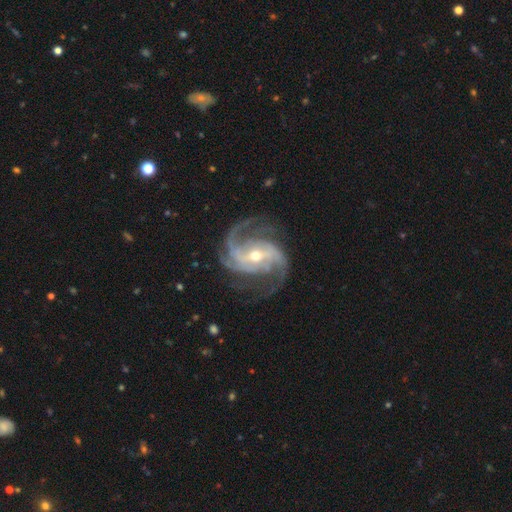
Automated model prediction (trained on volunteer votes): The model was most divided on "spiral arm count": 3: 35%, 2: 34%, 4: 12%, can't tell: 8%, more than 4: 6%, 1: 6%. Remaining: spiral arms — yes (98%); edge-on disk — no (98%); smooth or featured — featured or disk (93%); merging — none (74%); spiral winding — medium (55%); bulge size — small (55%); bar — strong (39%).